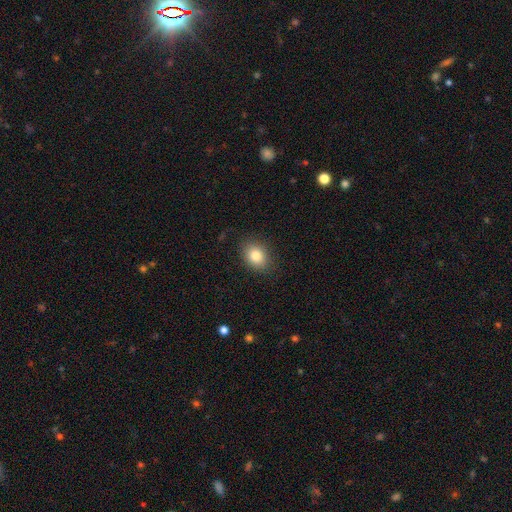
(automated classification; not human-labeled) A smooth galaxy with no disk features (83%) that is in between round and cigar-shaped (57%). Merging: none (86%).